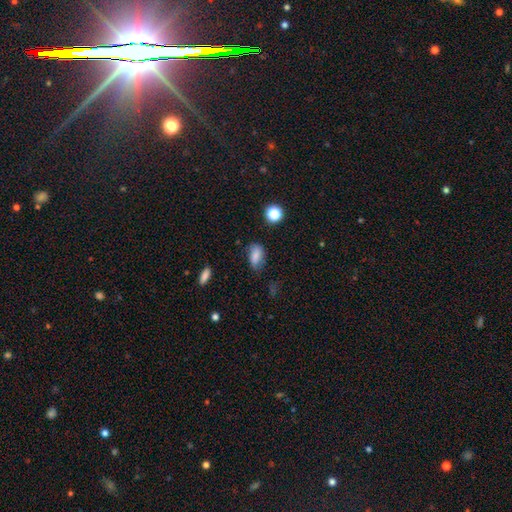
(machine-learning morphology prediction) type=smooth (80%); roundness=in between (88%); merging=none (64%).